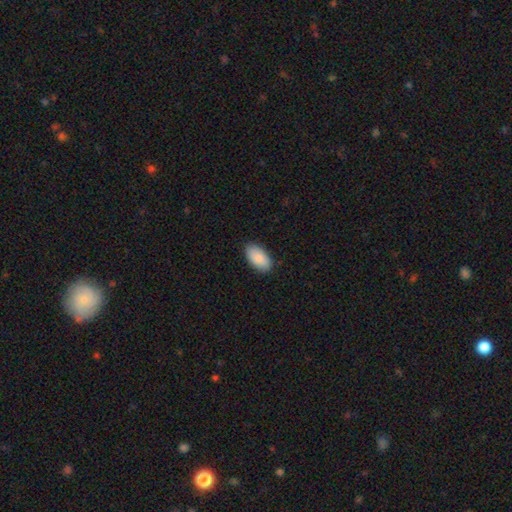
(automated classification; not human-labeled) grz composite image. It shows a smooth galaxy with no disk features (90%) that is in between round and cigar-shaped (95%). Merging: none (88%).